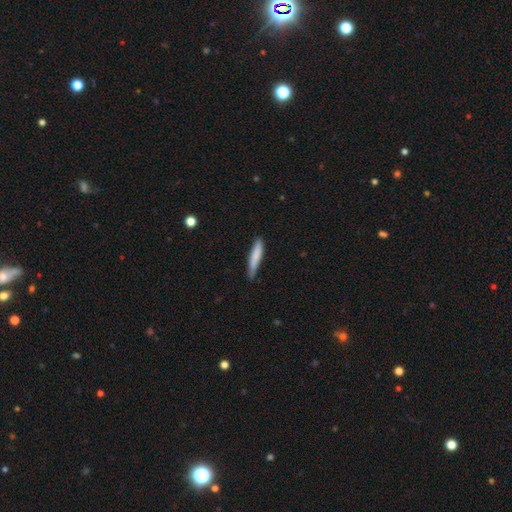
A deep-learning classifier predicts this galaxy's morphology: Smooth or featured: smooth — 79% (featured or disk — 15%)
How rounded: cigar-shaped — 89% (in between — 9%)
Merging: none — 71% (minor disturbance — 24%)